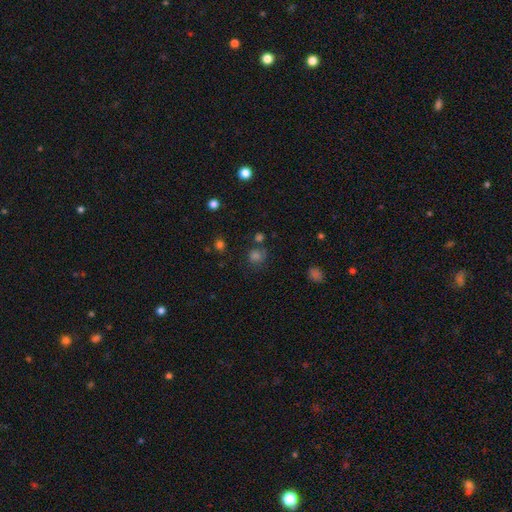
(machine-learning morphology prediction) Smooth or featured? smooth (66%)
How rounded? round (85%)
Merging? none (72%)